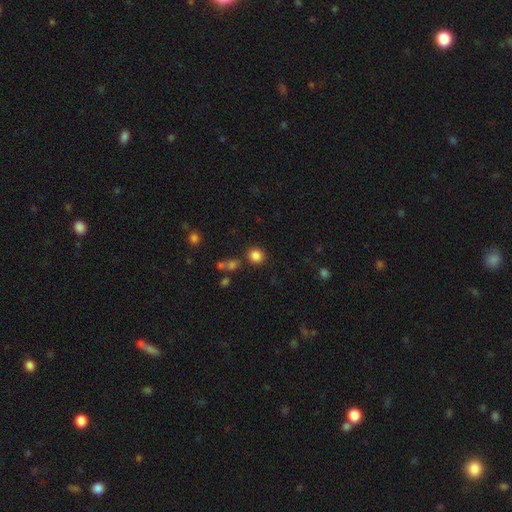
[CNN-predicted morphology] Smooth or featured: smooth — 84% (star or artifact — 12%)
How rounded: round — 83% (in between — 16%)
Merging: none — 82% (minor disturbance — 9%)